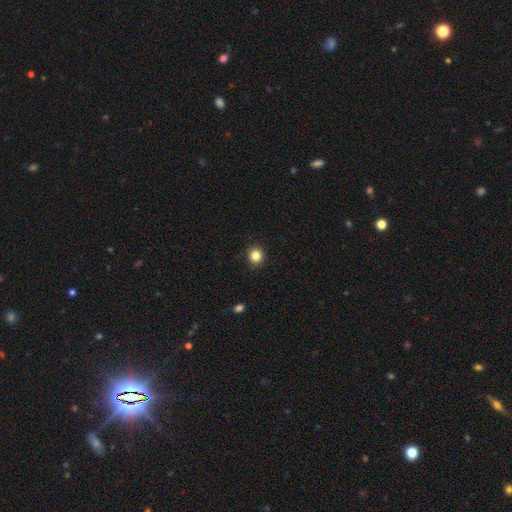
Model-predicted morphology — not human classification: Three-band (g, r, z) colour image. It shows a smooth galaxy with no disk features (84%) that is round (89%). Merging: none (91%).